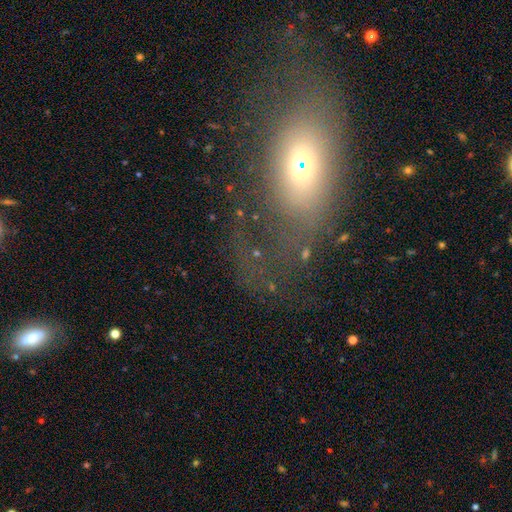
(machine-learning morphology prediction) Overall: smooth (47%; featured or disk 31%). Merging: major disturbance (37%; none 35%).